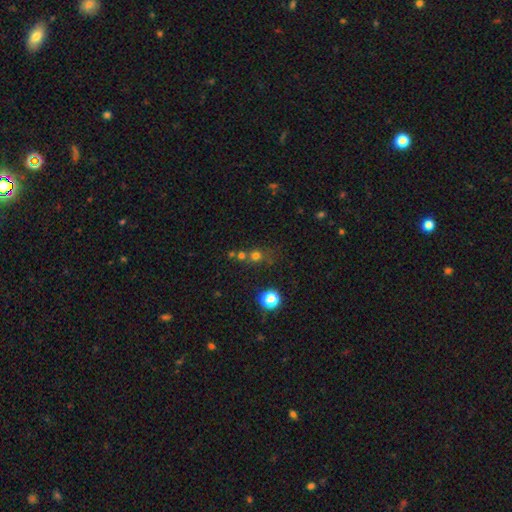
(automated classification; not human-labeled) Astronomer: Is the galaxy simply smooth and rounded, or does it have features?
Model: smooth — 64%.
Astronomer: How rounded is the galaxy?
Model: round — 86%.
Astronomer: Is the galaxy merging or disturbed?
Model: none — 54% (runner-up: merger, 31%).